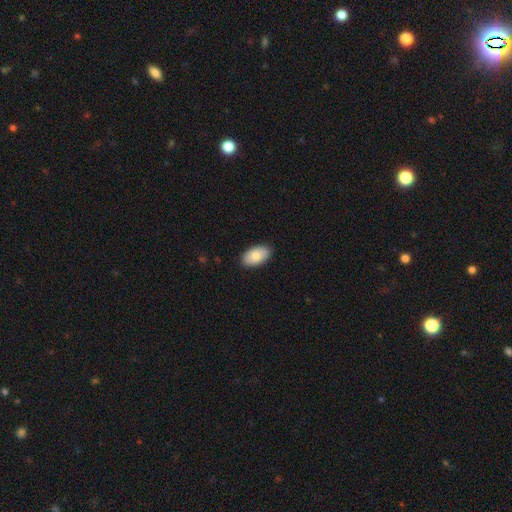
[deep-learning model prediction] Smooth or featured? smooth (82%)
How rounded? in between (95%)
Merging? none (88%)